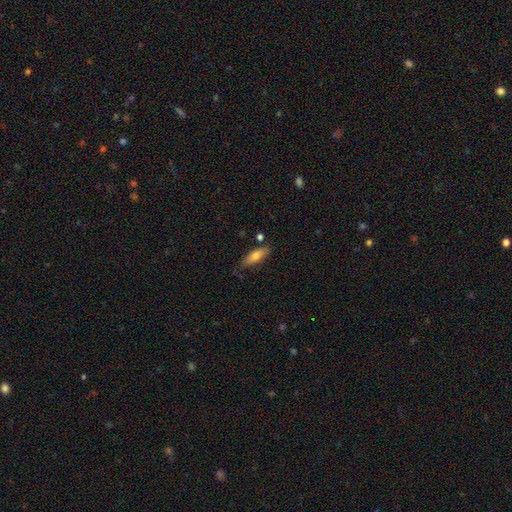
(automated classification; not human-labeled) A smooth galaxy with no disk features (67%) that is in between round and cigar-shaped (54%).

Vote fractions:
- Smooth or featured? smooth: 67% / featured or disk: 26% / star or artifact: 7%
- How rounded? in between: 54% / cigar-shaped: 43% / round: 2%
- Merging? none: 77% / minor disturbance: 16% / merger: 4% / major disturbance: 3%